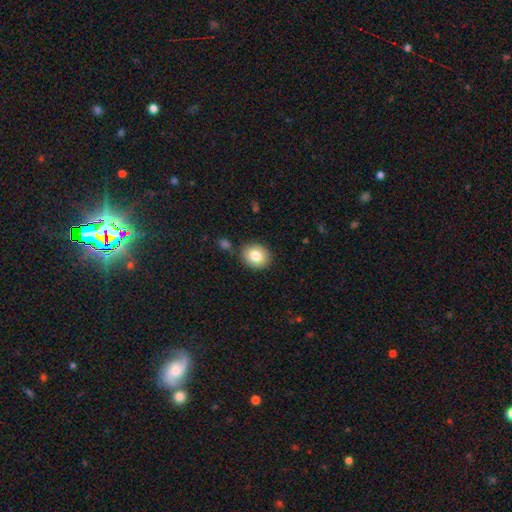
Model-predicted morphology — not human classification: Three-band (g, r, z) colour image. It shows a smooth galaxy with no disk features (82%) that is round (67%). Merging: none (82%).